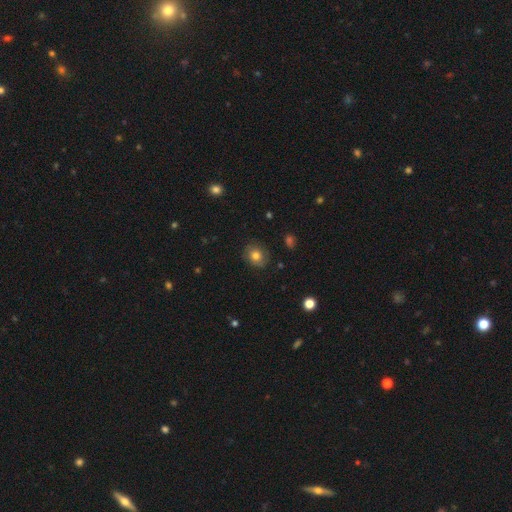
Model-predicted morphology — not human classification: Overall: smooth (68%). How rounded: round (64%; in between 35%). Merging: none (82%).